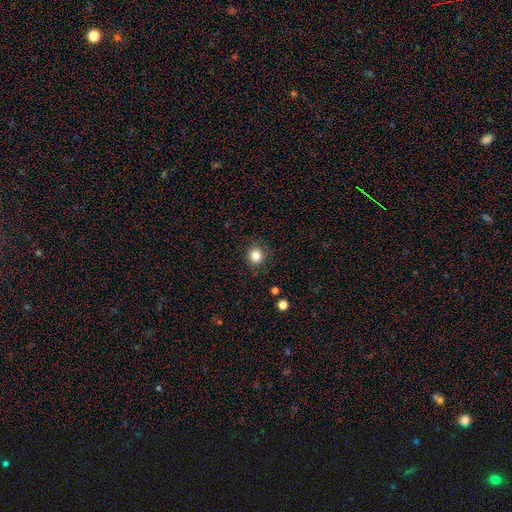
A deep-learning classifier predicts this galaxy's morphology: Smooth or featured? smooth (84%)
How rounded? round (91%)
Merging? none (89%)